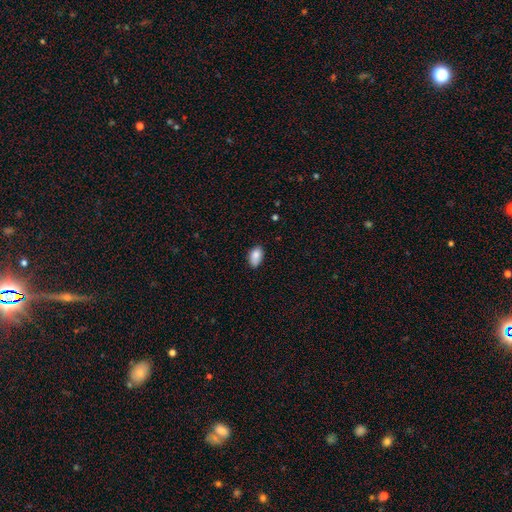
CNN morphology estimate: type=smooth (86%); roundness=in between (92%); merging=none (76%).